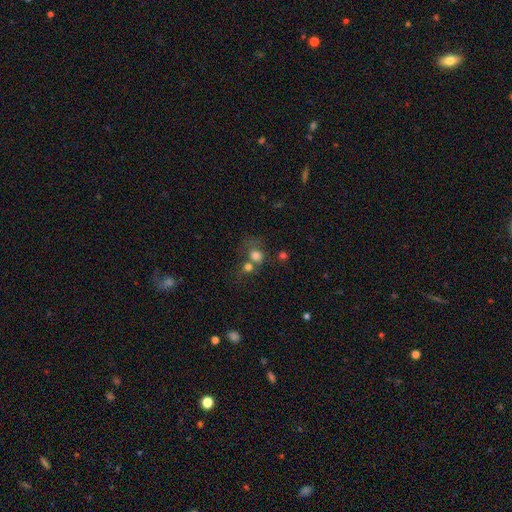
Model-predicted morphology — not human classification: A smooth galaxy with no disk features (74%) that is round (73%). Merging: merger (46%).